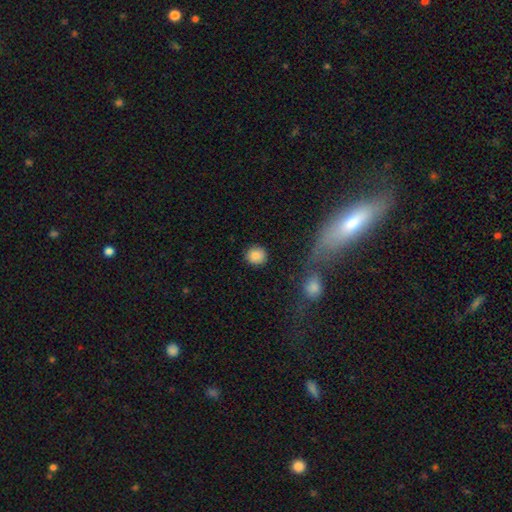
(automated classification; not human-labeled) This is clearly a smooth galaxy (85%). How rounded: clearly round (91%). Merging: clearly none (88%).